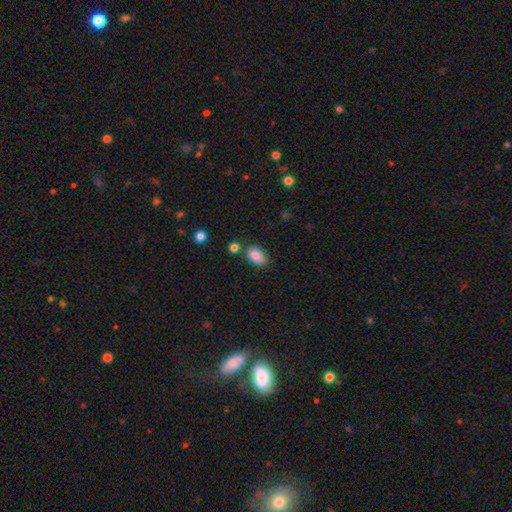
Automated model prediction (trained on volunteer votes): smooth_or_featured: smooth (p=0.86) [alt: star or artifact p=0.08]
how_rounded: in between (p=0.91) [alt: round p=0.07]
merging: none (p=0.74) [alt: minor disturbance p=0.15]